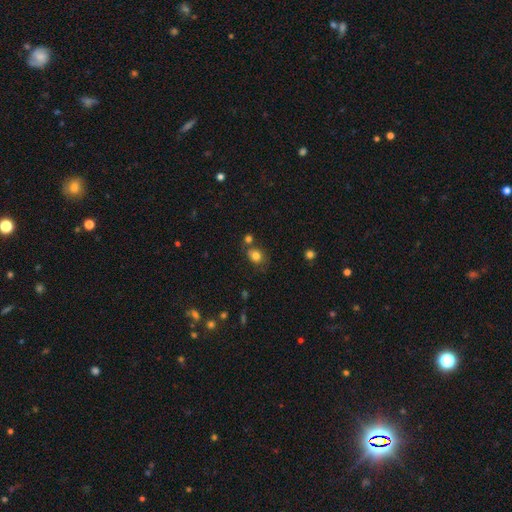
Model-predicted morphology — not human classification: smooth_or_featured: smooth (p=0.78) [alt: star or artifact p=0.11]
how_rounded: round (p=0.52) [alt: in between p=0.47]
merging: none (p=0.58) [alt: minor disturbance p=0.18]